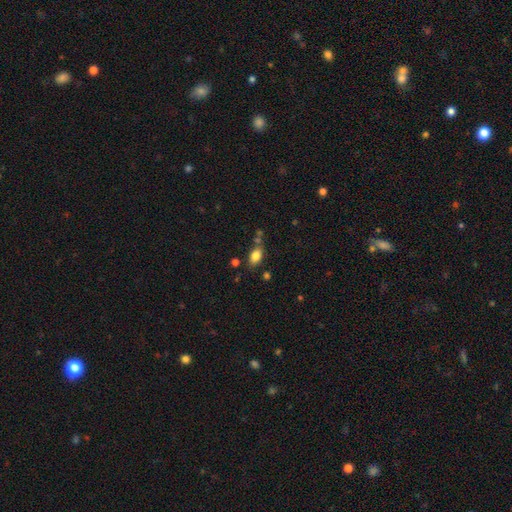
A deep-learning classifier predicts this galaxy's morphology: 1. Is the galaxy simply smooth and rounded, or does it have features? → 82% smooth, 10% star or artifact, 8% featured or disk.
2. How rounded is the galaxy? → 86% in between, 11% round, 3% cigar-shaped.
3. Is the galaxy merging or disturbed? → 68% none, 16% minor disturbance, 10% merger, 5% major disturbance.